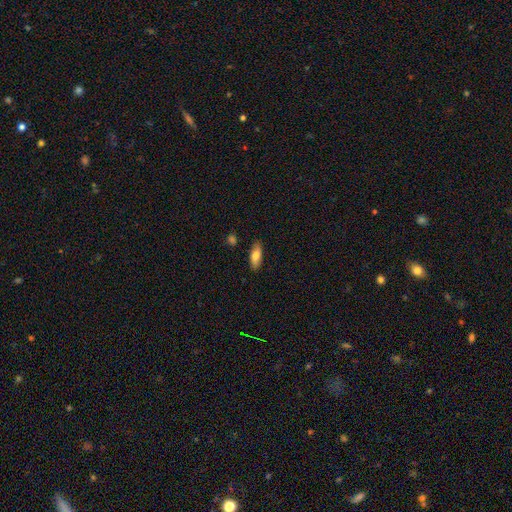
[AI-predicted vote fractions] smooth 76%, featured or disk 17%, star or artifact 7%. Down the decision tree: how rounded — in between (74%); merging — none (85%).